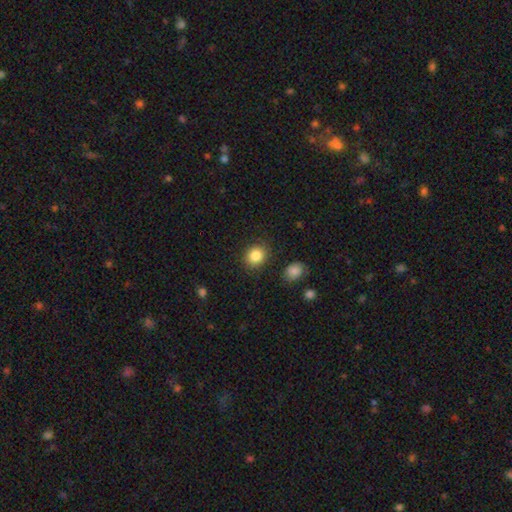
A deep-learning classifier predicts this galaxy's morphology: Smooth or featured: smooth — 85% (star or artifact — 10%)
How rounded: round — 68% (in between — 31%)
Merging: none — 86% (minor disturbance — 10%)